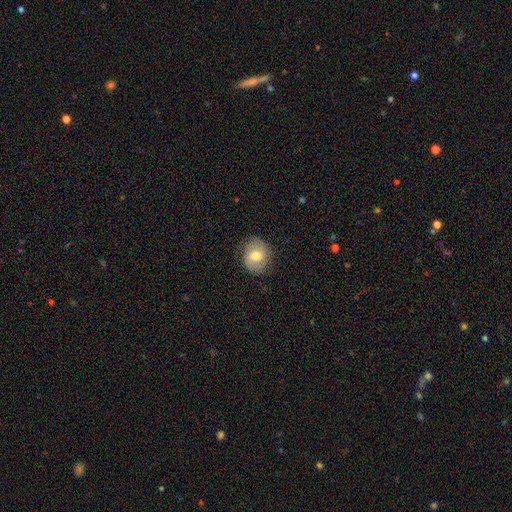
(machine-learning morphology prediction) smooth_or_featured: smooth (p=0.51) [alt: featured or disk p=0.41]
how_rounded: round (p=0.65) [alt: in between p=0.34]
merging: none (p=0.79) [alt: minor disturbance p=0.15]